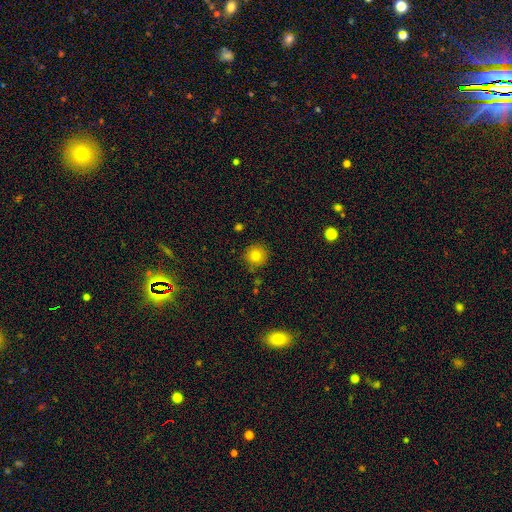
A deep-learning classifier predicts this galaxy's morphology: smooth 80%, star or artifact 12%, featured or disk 8%. Down the decision tree: how rounded — round (95%); merging — none (87%).